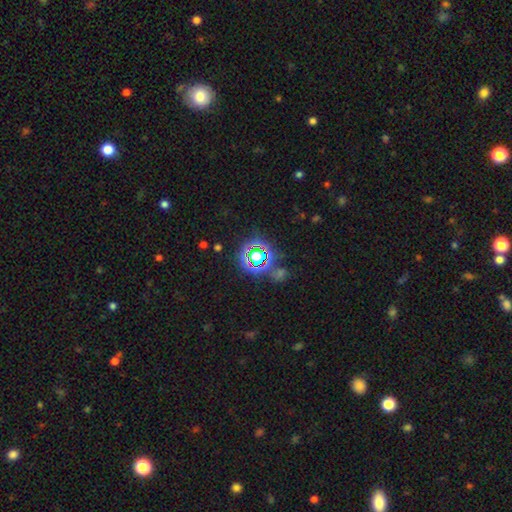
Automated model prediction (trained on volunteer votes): The model was most divided on "smooth or featured": star or artifact: 66%, smooth: 23%, featured or disk: 10%.